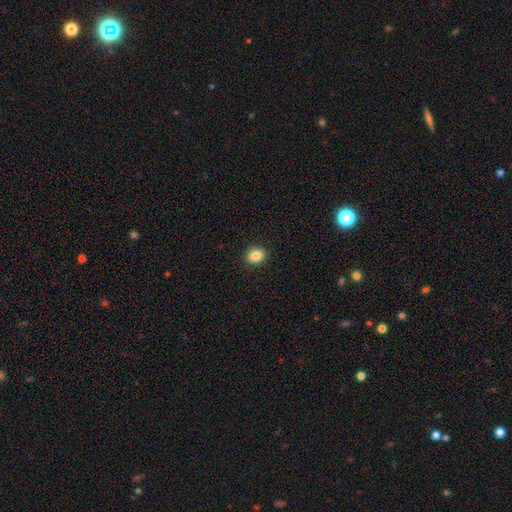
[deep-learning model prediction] Smooth or featured? Predicted: smooth (p=0.86). How rounded? Predicted: in between (p=0.60). Merging? Predicted: none (p=0.91).